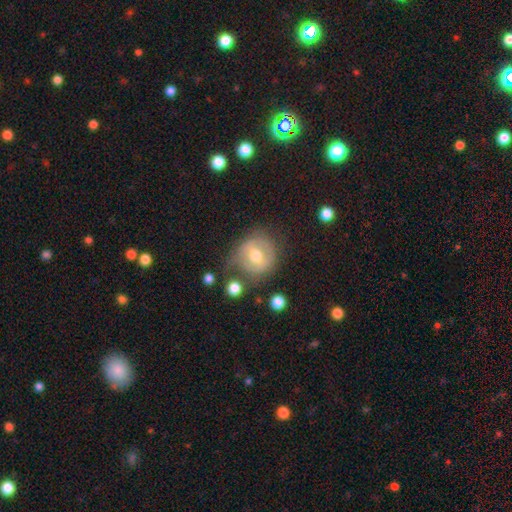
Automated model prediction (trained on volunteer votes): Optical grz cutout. It shows a smooth galaxy with no disk features (48%). Merging: none (60%).